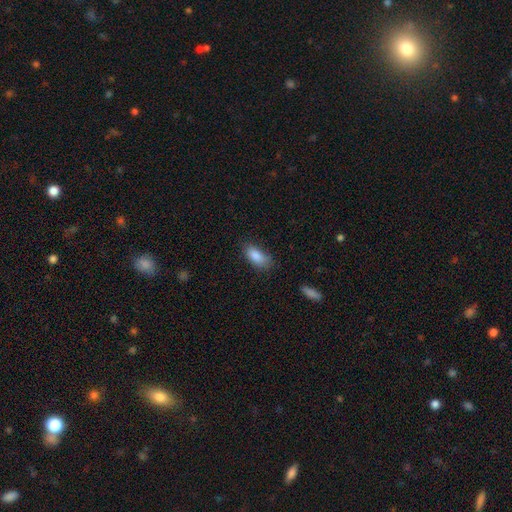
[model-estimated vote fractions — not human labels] A smooth galaxy with no disk features (87%) that is in between round and cigar-shaped (87%).

Vote fractions:
- Smooth or featured? smooth: 87% / star or artifact: 7% / featured or disk: 6%
- How rounded? in between: 87% / cigar-shaped: 10% / round: 3%
- Merging? none: 73% / minor disturbance: 21% / major disturbance: 5% / merger: 2%